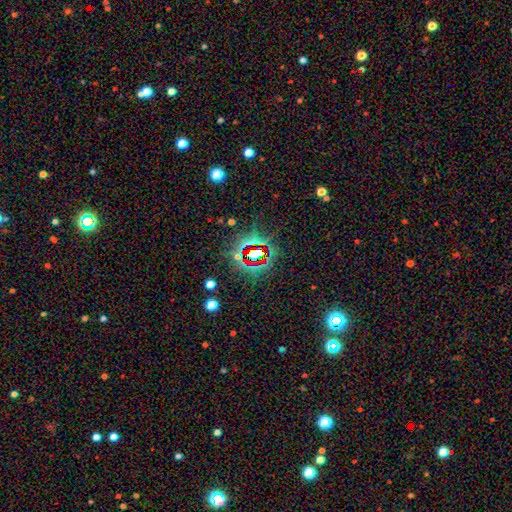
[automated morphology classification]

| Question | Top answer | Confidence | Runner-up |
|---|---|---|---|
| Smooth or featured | star or artifact | 77% | smooth (13%) |